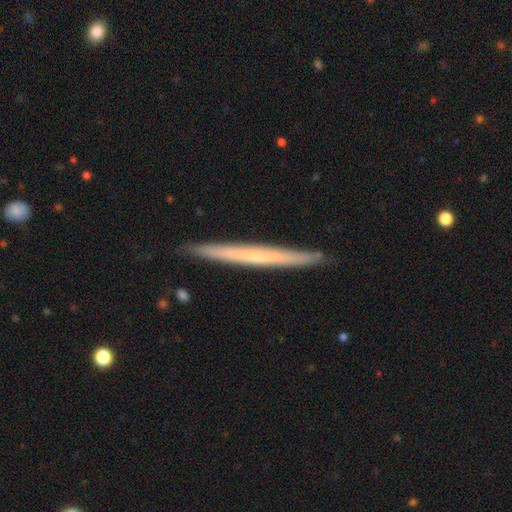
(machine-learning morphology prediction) smooth-or-featured: featured or disk: 54% | smooth: 40% | star or artifact: 5%
  disk-edge-on: yes: 97% | no: 3%
    edge-on-bulge: none: 81% | rounded: 16% | boxy: 3%
  merging: none: 92% | minor disturbance: 6% | major disturbance: 1% | merger: 1%